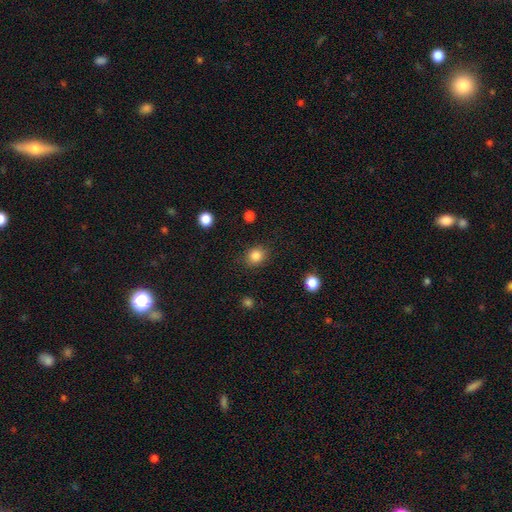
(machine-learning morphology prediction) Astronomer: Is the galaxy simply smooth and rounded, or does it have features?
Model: smooth — 85%.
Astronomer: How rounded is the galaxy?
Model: round — 66%.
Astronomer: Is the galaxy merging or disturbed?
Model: none — 87%.